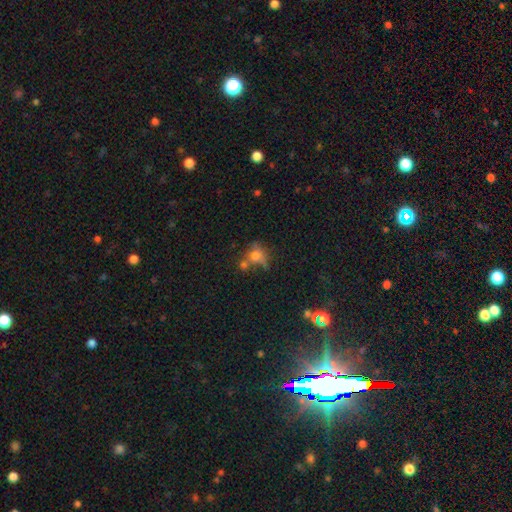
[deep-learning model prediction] A smooth galaxy with no disk features (64%) that is round (61%). Merging: none (39%).